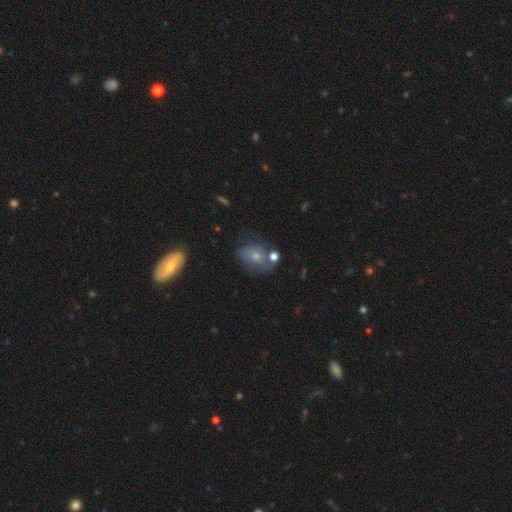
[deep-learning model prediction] Q: Smooth or featured?
A: smooth (53%); runner-up: featured or disk (36%)
Q: How rounded?
A: in between (62%); runner-up: round (37%)
Q: Merging?
A: none (45%); runner-up: minor disturbance (26%)